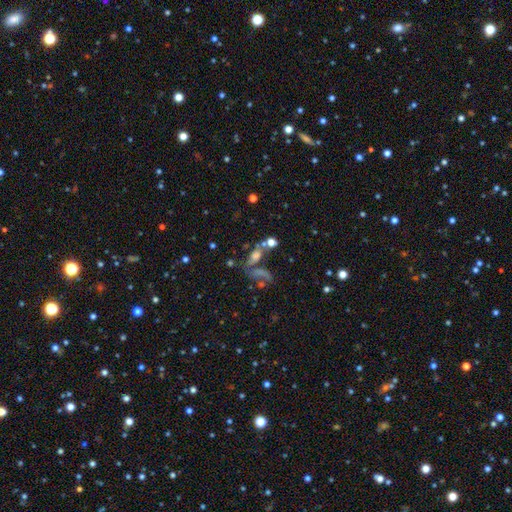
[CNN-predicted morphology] smooth-or-featured: smooth: 41% | featured or disk: 31% | star or artifact: 28%
  merging: none: 35% | merger: 30% | major disturbance: 21% | minor disturbance: 14%